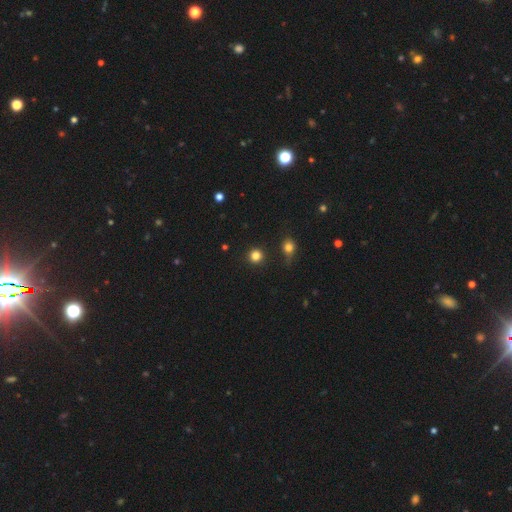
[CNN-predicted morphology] A smooth galaxy with no disk features (82%) that is round (94%). Merging: none (88%).